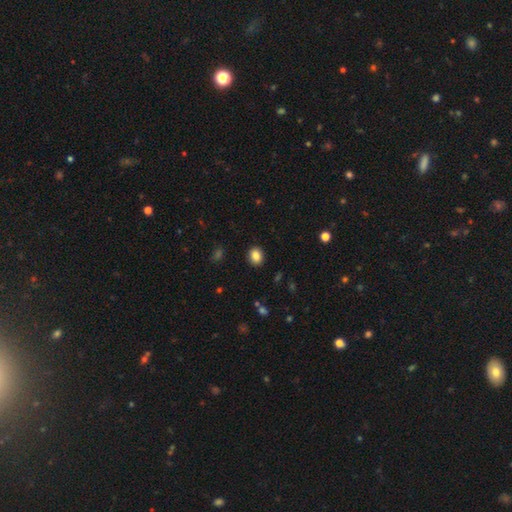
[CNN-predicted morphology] smooth-or-featured: smooth: 85% | star or artifact: 9% | featured or disk: 5%
  how-rounded: round: 60% | in between: 39% | cigar-shaped: 1%
  merging: none: 91% | minor disturbance: 6% | major disturbance: 2% | merger: 1%